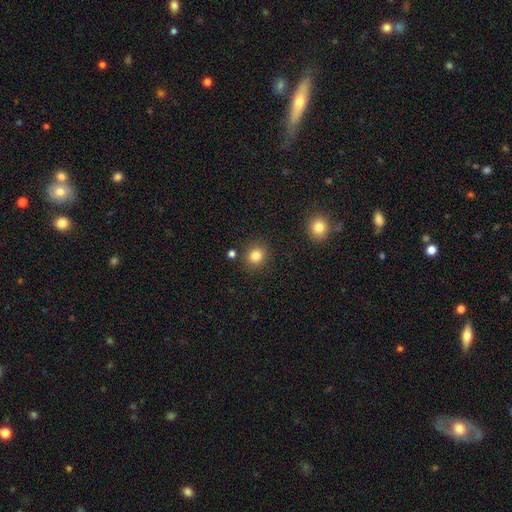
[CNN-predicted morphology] Smooth or featured: smooth — 83% (star or artifact — 11%)
How rounded: round — 79% (in between — 20%)
Merging: none — 85% (minor disturbance — 8%)